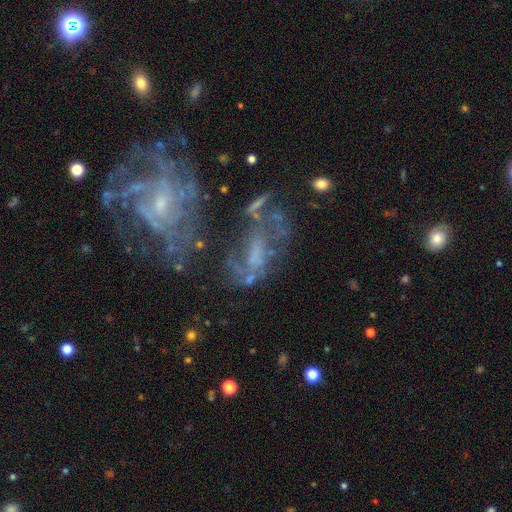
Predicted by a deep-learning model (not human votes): The model was most divided on "merging": none: 33%, major disturbance: 26%, merger: 25%, minor disturbance: 16%. Remaining: edge-on disk — no (95%); smooth or featured — featured or disk (68%); spiral arms — yes (62%); bar — no (57%); bulge size — none (43%).